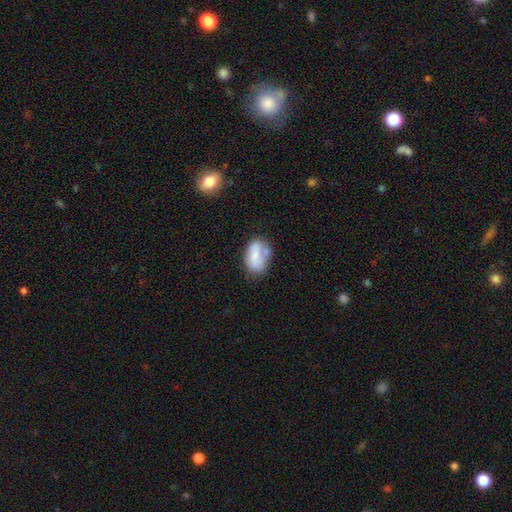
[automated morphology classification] type=smooth (71%); roundness=in between (87%); merging=none (45%).